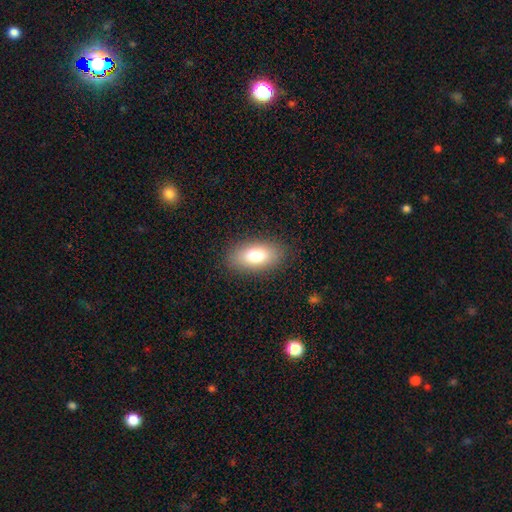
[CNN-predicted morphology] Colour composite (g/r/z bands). It shows a smooth galaxy with no disk features (81%) that is in between round and cigar-shaped (91%). Merging: none (87%).